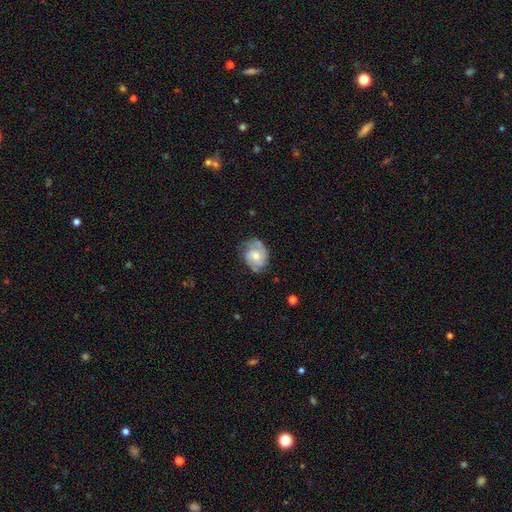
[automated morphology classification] A featured or disk galaxy (69%) with no bar (63%), 2 (67%) medium (43%) spiral arms (90%) and a moderate central bulge (61%).

Vote fractions:
- Smooth or featured? featured or disk: 69% / smooth: 25% / star or artifact: 6%
- Edge-on disk? no: 97% / yes: 3%
- Bar? no: 63% / weak: 31% / strong: 5%
- Spiral arms? yes: 90% / no: 10%
- Spiral winding? medium: 43% / tight: 42% / loose: 15%
- Spiral arm count? 2: 67% / can't tell: 16% / 3: 9% / 1: 4% / 4: 2% / more than 4: 2%
- Bulge size? moderate: 61% / small: 30% / large: 6% / none: 2% / dominant: 1%
- Merging? none: 65% / minor disturbance: 24% / major disturbance: 9% / merger: 2%